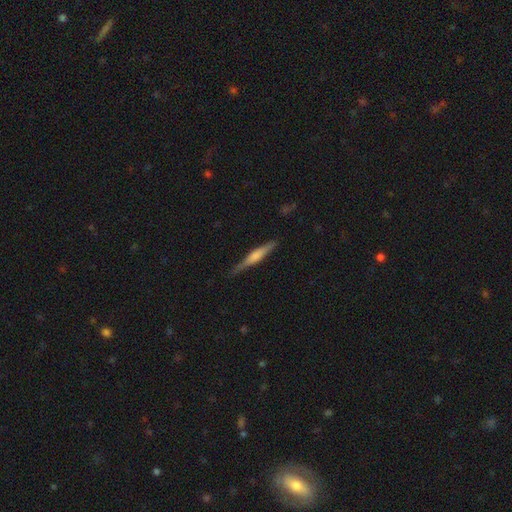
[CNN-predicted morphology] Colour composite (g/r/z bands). It shows a featured or disk galaxy (55%) viewed edge-on (97%) with a rounded central bulge (49%). Merging: none (83%).